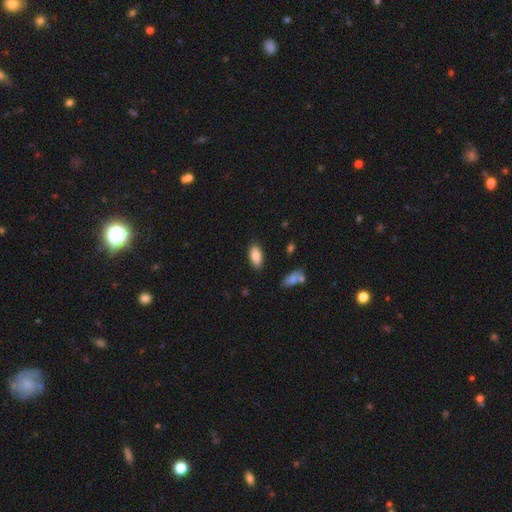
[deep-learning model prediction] smooth 87%, featured or disk 7%, star or artifact 7%. Down the decision tree: how rounded — in between (88%); merging — none (86%).